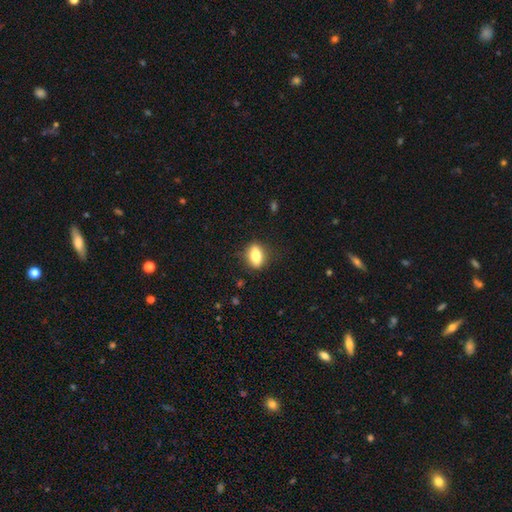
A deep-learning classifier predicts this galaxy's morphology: type=smooth (73%); roundness=in between (76%); merging=none (82%).